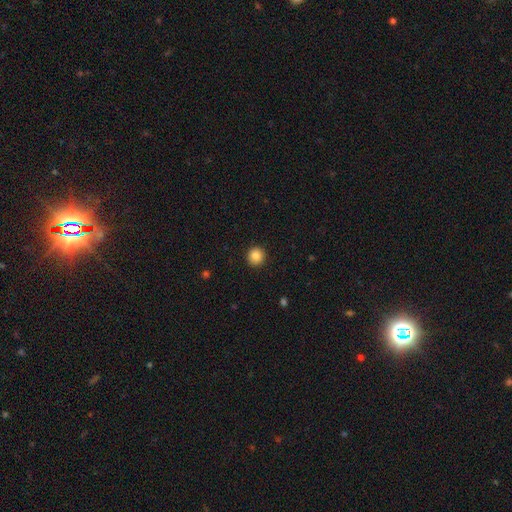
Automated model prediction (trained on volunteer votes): Smooth or featured? smooth (85%)
How rounded? round (94%)
Merging? none (93%)